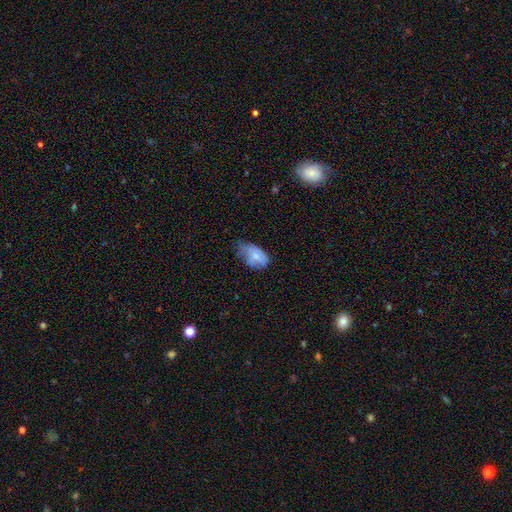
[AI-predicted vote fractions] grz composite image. It shows a smooth galaxy with no disk features (68%) that is in between round and cigar-shaped (90%). Merging: minor disturbance (45%).